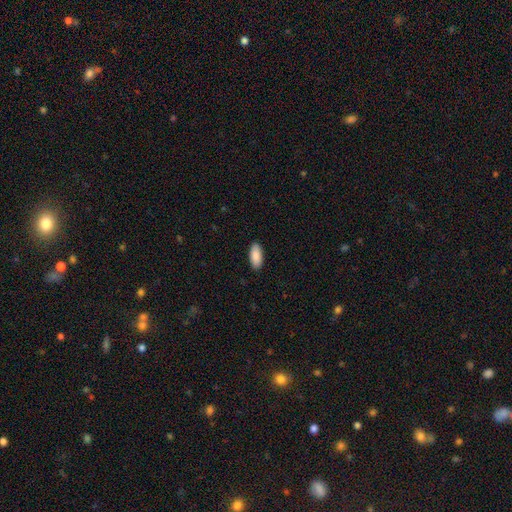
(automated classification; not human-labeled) This appears to be a smooth galaxy with no disk features (89%) that is in between round and cigar-shaped (89%). Merging: none (90%).